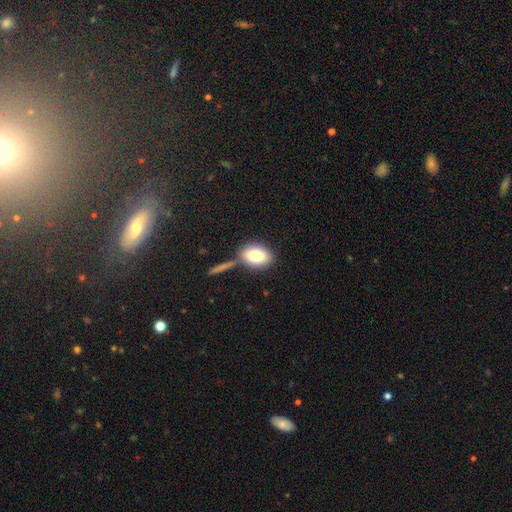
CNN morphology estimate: smooth_or_featured: smooth (p=0.82) [alt: featured or disk p=0.11]
how_rounded: in between (p=0.83) [alt: round p=0.15]
merging: none (p=0.68) [alt: merger p=0.16]